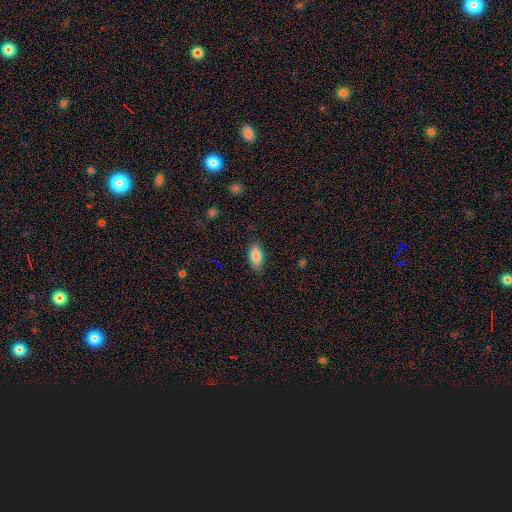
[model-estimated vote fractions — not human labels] Smooth or featured: smooth — 86% (star or artifact — 7%)
How rounded: in between — 88% (cigar-shaped — 10%)
Merging: none — 84% (minor disturbance — 12%)